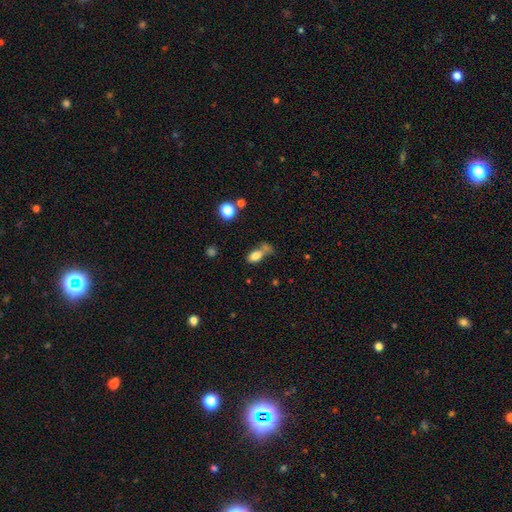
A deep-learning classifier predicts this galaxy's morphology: Smooth or featured: smooth — 80% (star or artifact — 11%)
How rounded: in between — 87% (round — 8%)
Merging: none — 42% (merger — 31%)